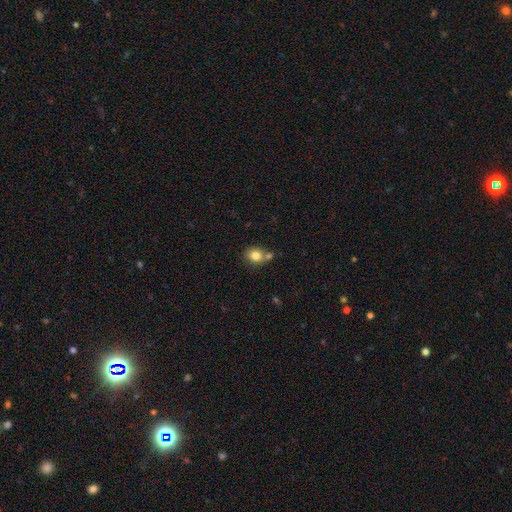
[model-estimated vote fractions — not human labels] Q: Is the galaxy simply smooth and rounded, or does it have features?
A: smooth — 81%.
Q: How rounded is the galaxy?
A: round — 69%.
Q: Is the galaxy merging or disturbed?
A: none — 58%.